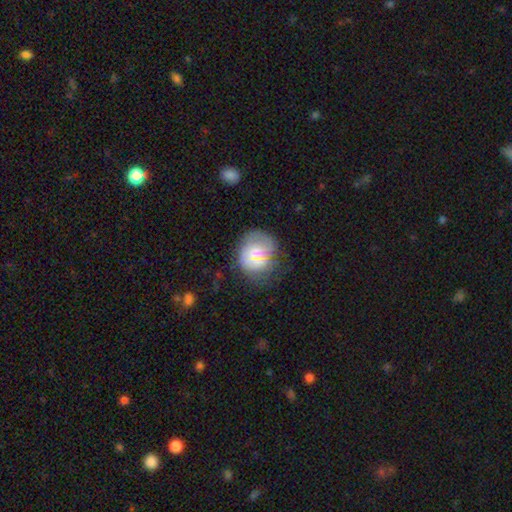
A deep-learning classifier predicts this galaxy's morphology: smooth 56%, featured or disk 35%, star or artifact 9%. Down the decision tree: how rounded — round (74%); merging — none (49%).